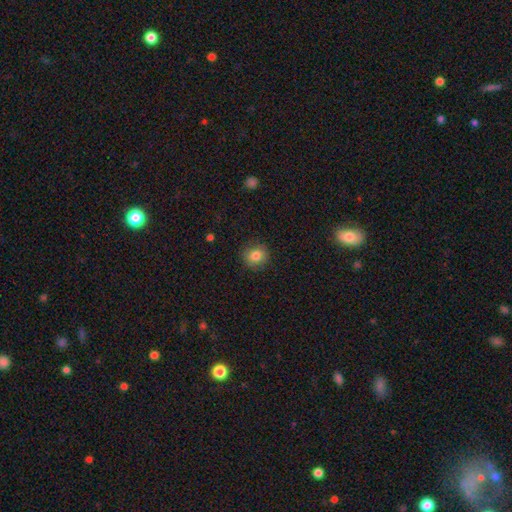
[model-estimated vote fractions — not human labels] Smooth or featured?
  - smooth: 82% *
  - star or artifact: 10%
  - featured or disk: 7%
How rounded?
  - round: 87% *
  - in between: 12%
  - cigar-shaped: 1%
Merging?
  - none: 87% *
  - minor disturbance: 9%
  - major disturbance: 3%
  - merger: 1%